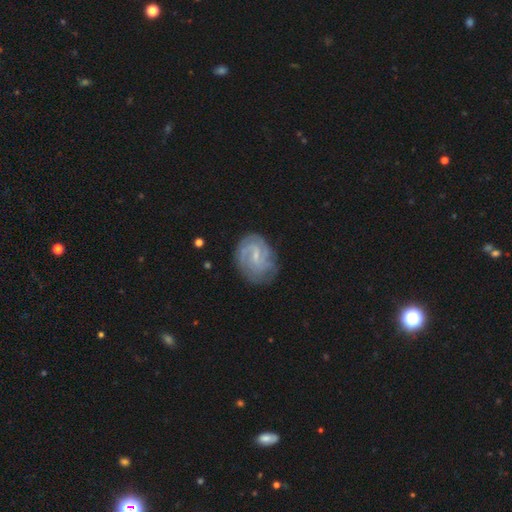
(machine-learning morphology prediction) This is likely a featured or disk galaxy (75%). It is clearly not viewed edge-on (98%). Bar: possibly weak (59%). Spiral arm pattern: clearly yes (91%). Spiral arm count: marginally 2 (35%). Spiral winding: possibly tight (48%). Central bulge: likely small (65%). Merging: likely none (71%).